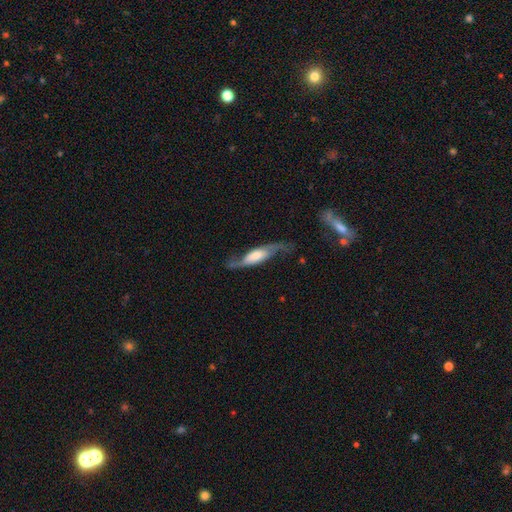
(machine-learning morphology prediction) Overall: featured or disk (75%). Edge-on disk: no (71%). Bar: no (50%; weak 32%). Spiral arms: yes (93%). Bulge size: moderate (34%; large 29%). Merging: none (64%).